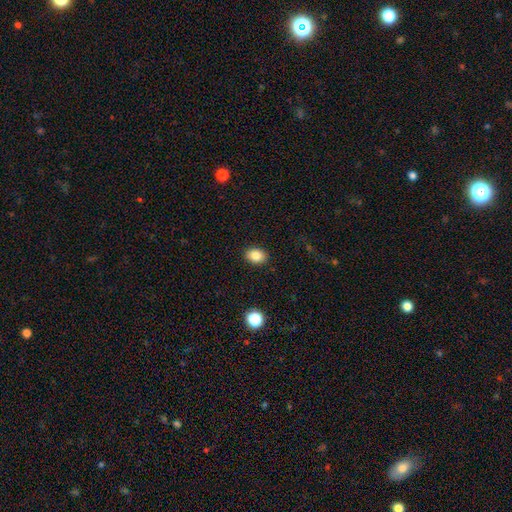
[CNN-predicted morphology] Smooth or featured: smooth — 84% (star or artifact — 10%)
How rounded: in between — 72% (round — 27%)
Merging: none — 90% (minor disturbance — 7%)